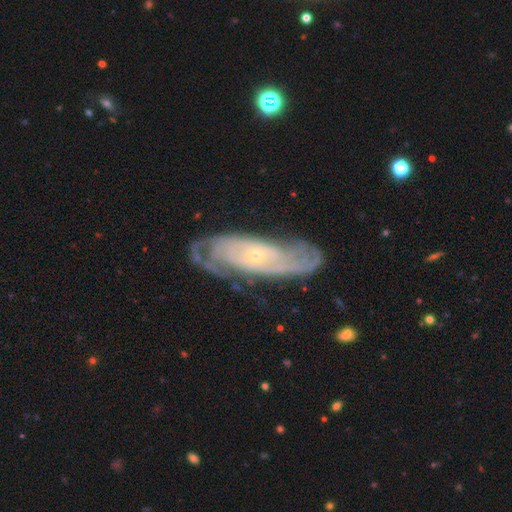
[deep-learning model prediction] Smooth or featured? Predicted: featured or disk (p=0.85). Edge-on disk? Predicted: no (p=0.89). Bar? Predicted: no (p=0.75). Spiral arms? Predicted: yes (p=0.94). Spiral winding? Predicted: tight (p=0.63). Spiral arm count? Predicted: can't tell (p=0.37). Bulge size? Predicted: small (p=0.80). Merging? Predicted: none (p=0.69).